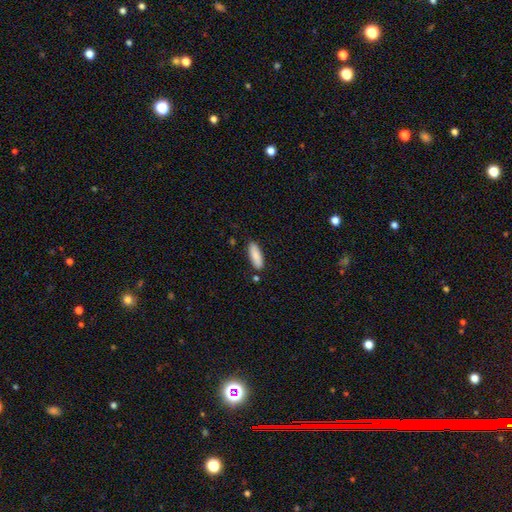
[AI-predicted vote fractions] Smooth or featured?
  - smooth: 87% *
  - featured or disk: 7%
  - star or artifact: 6%
How rounded?
  - in between: 59% *
  - cigar-shaped: 39%
  - round: 2%
Merging?
  - none: 84% *
  - minor disturbance: 11%
  - merger: 4%
  - major disturbance: 2%